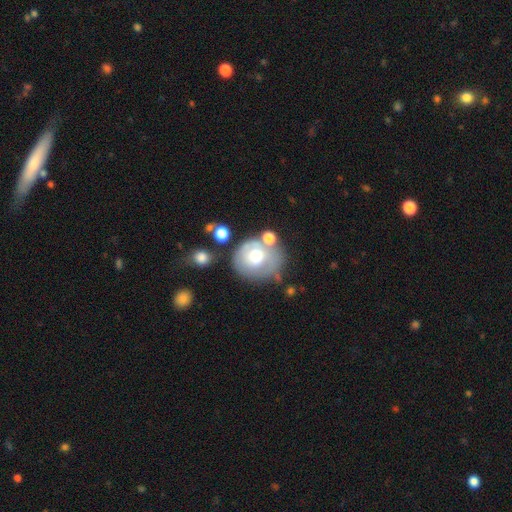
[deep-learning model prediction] This is possibly a smooth galaxy (55%). How rounded: likely round (78%). Merging: possibly none (52%).